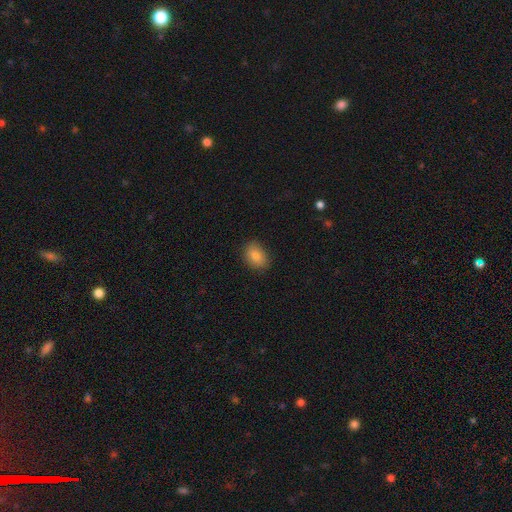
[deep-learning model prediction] A smooth galaxy with no disk features (82%) that is in between round and cigar-shaped (71%).

Vote fractions:
- Smooth or featured? smooth: 82% / star or artifact: 9% / featured or disk: 9%
- How rounded? in between: 71% / round: 28% / cigar-shaped: 1%
- Merging? none: 84% / minor disturbance: 12% / major disturbance: 3% / merger: 1%